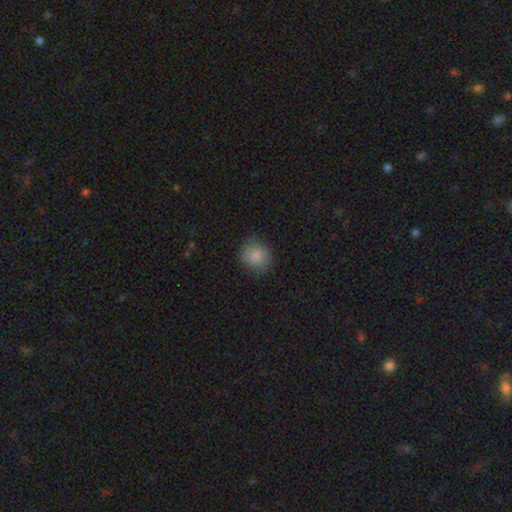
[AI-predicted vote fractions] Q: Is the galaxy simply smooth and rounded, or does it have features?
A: smooth — 81%.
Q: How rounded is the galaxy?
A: round — 82%.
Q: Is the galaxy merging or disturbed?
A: none — 74%.